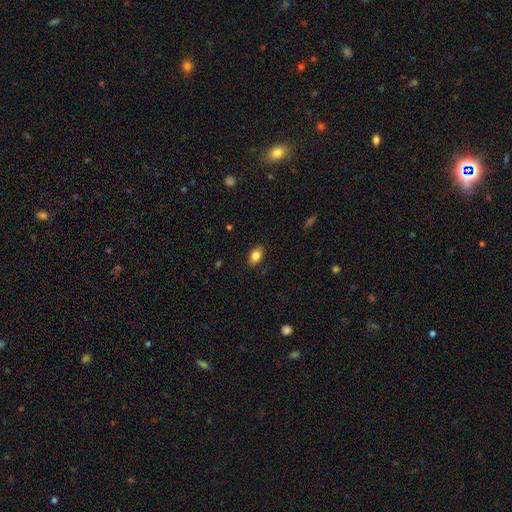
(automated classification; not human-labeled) smooth_or_featured: smooth (p=0.83) [alt: star or artifact p=0.09]
how_rounded: in between (p=0.85) [alt: round p=0.14]
merging: none (p=0.87) [alt: minor disturbance p=0.10]